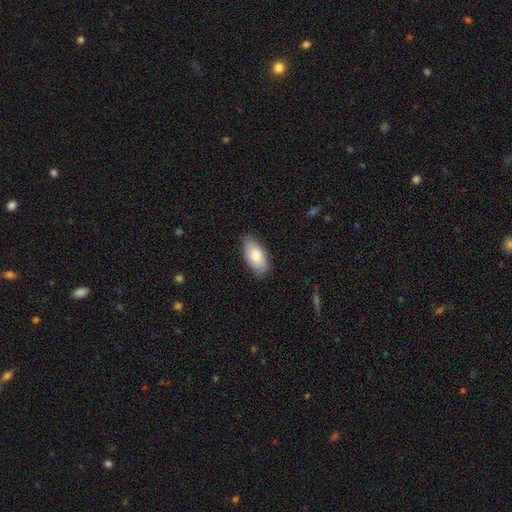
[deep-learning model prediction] A smooth galaxy with no disk features (80%) that is in between round and cigar-shaped (92%).

Vote fractions:
- Smooth or featured? smooth: 80% / featured or disk: 14% / star or artifact: 6%
- How rounded? in between: 92% / cigar-shaped: 6% / round: 2%
- Merging? none: 84% / minor disturbance: 13% / major disturbance: 2% / merger: 1%